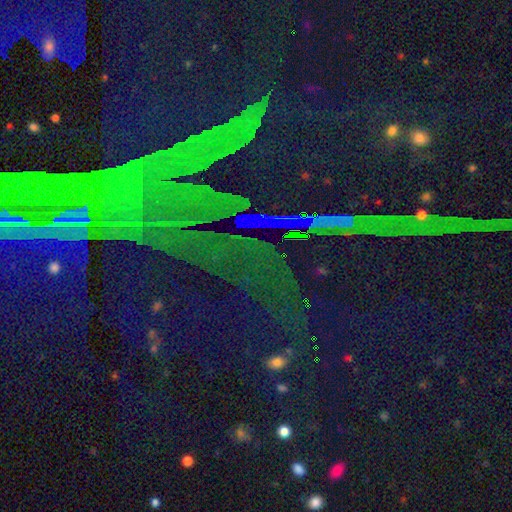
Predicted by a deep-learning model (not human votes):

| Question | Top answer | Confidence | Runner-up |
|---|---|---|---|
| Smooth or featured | star or artifact | 84% | smooth (8%) |